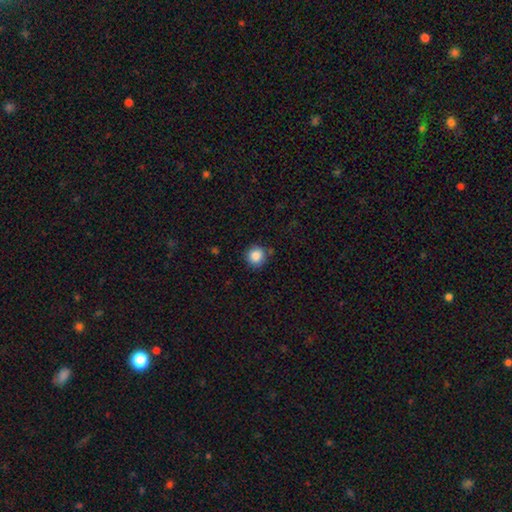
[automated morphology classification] Smooth or featured: smooth — 87% (star or artifact — 9%)
How rounded: round — 93% (in between — 6%)
Merging: none — 85% (minor disturbance — 10%)